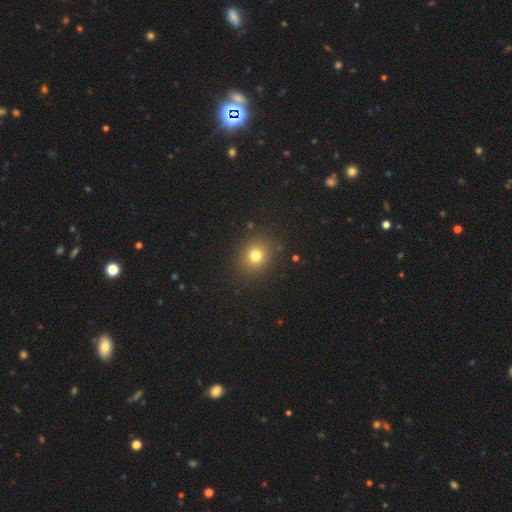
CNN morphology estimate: smooth 76%, star or artifact 16%, featured or disk 8%. Down the decision tree: how rounded — round (77%); merging — none (88%).